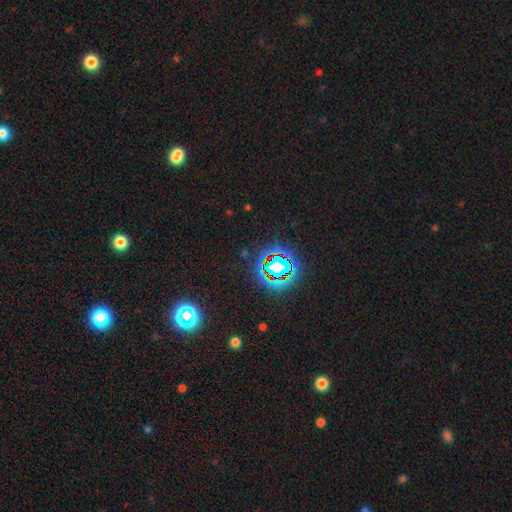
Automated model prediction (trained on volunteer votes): Smooth or featured?
  - star or artifact: 81% *
  - smooth: 12%
  - featured or disk: 7%